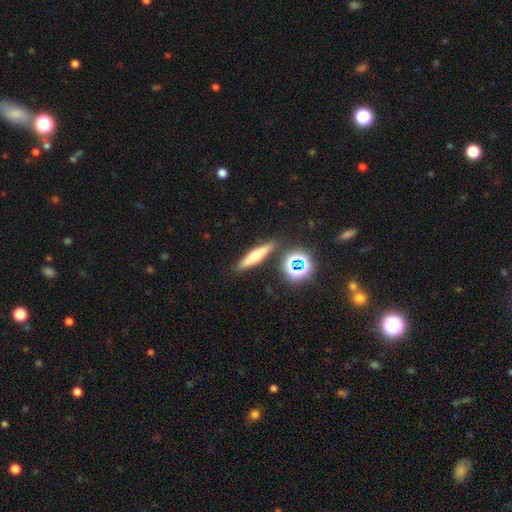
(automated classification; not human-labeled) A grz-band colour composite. It shows a smooth galaxy with no disk features (49%). Merging: none (85%).